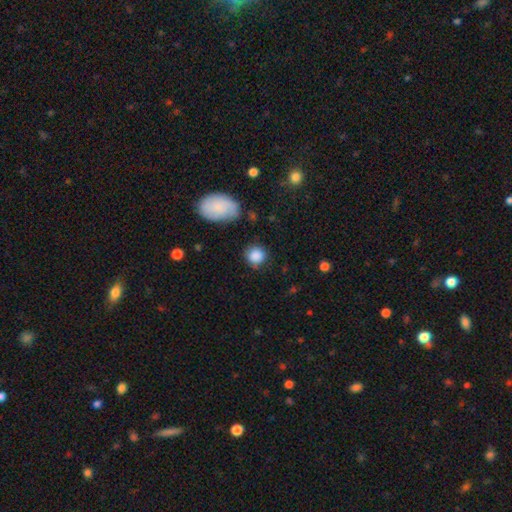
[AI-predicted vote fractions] Smooth or featured?
  - smooth: 86% *
  - star or artifact: 8%
  - featured or disk: 6%
How rounded?
  - round: 87% *
  - in between: 12%
  - cigar-shaped: 1%
Merging?
  - none: 78% *
  - minor disturbance: 14%
  - major disturbance: 5%
  - merger: 3%